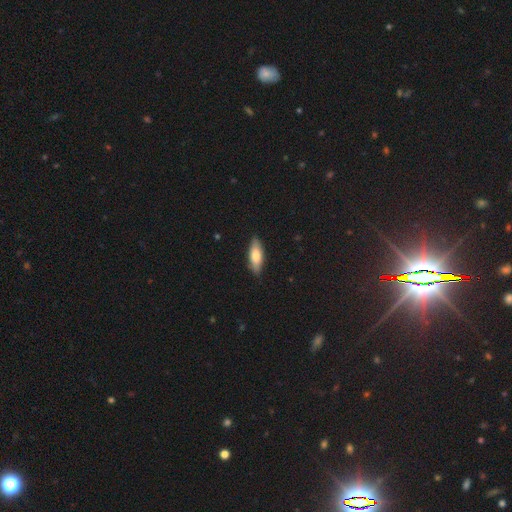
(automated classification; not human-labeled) smooth-or-featured: smooth: 73% | featured or disk: 21% | star or artifact: 6%
  how-rounded: in between: 67% | cigar-shaped: 31% | round: 2%
  merging: none: 86% | minor disturbance: 11% | major disturbance: 2% | merger: 1%